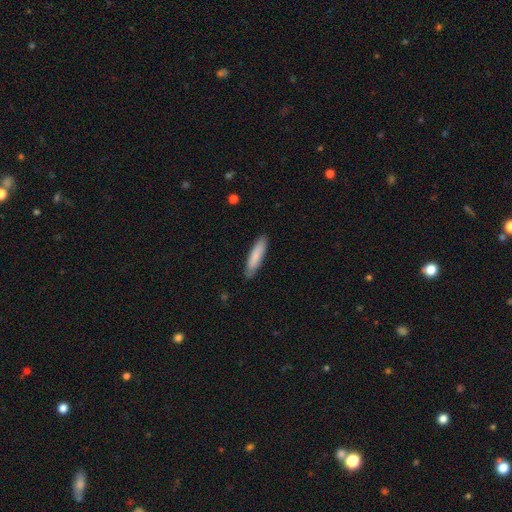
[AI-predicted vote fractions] A smooth galaxy with no disk features (84%) that is cigar-shaped (79%).

Vote fractions:
- Smooth or featured? smooth: 84% / featured or disk: 11% / star or artifact: 5%
- How rounded? cigar-shaped: 79% / in between: 19% / round: 1%
- Merging? none: 87% / minor disturbance: 10% / major disturbance: 2% / merger: 1%